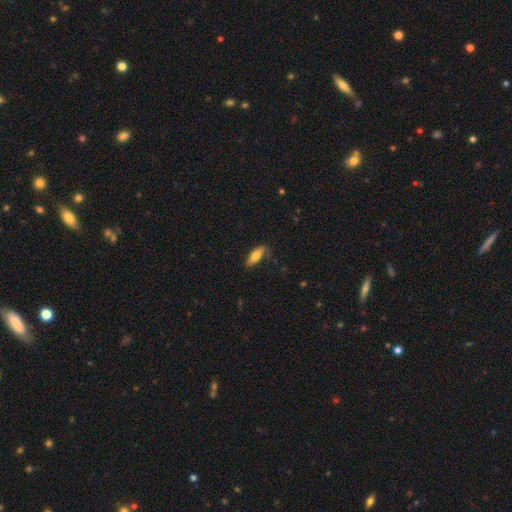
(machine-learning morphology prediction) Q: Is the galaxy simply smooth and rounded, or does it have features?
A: smooth — 66%.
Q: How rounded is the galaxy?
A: in between — 59%.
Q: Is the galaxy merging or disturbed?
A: none — 70%.